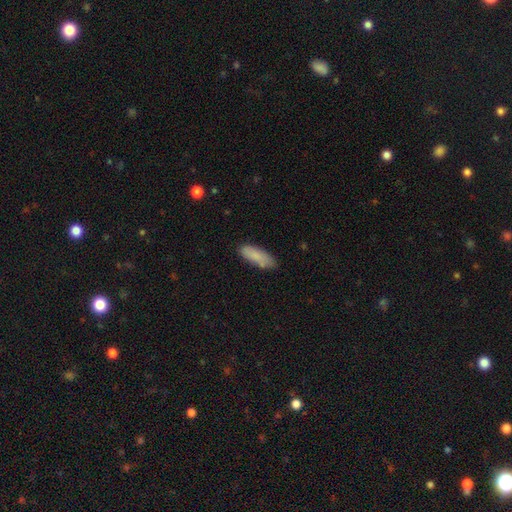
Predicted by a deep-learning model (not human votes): Q: Smooth or featured?
A: smooth (84%); runner-up: featured or disk (9%)
Q: How rounded?
A: in between (65%); runner-up: cigar-shaped (33%)
Q: Merging?
A: none (71%); runner-up: minor disturbance (21%)